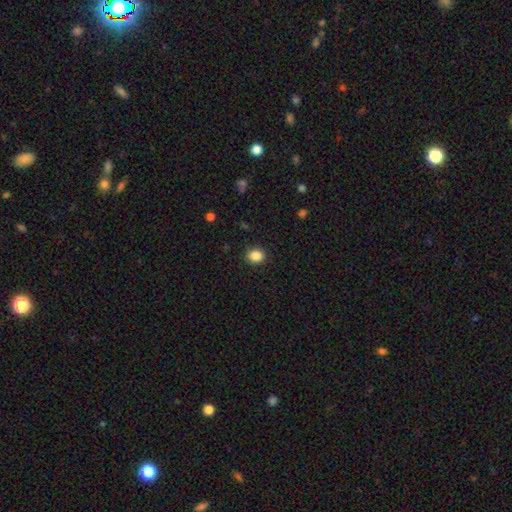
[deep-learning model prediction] smooth 86%, star or artifact 10%, featured or disk 4%. Down the decision tree: how rounded — round (68%); merging — none (91%).